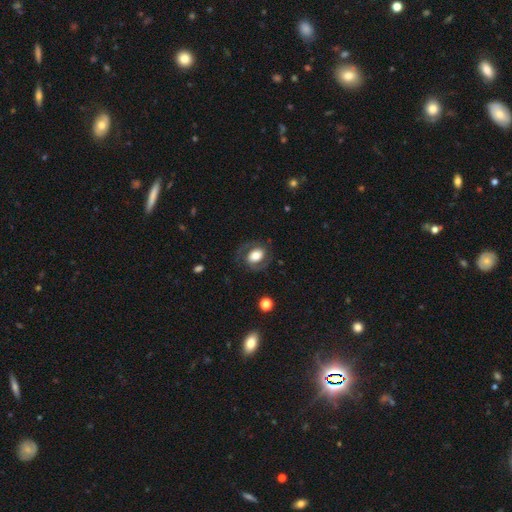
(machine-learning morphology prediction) A featured or disk galaxy (54%) with no bar (59%), spiral arms (72%) and a moderate central bulge (43%). Merging: none (73%).